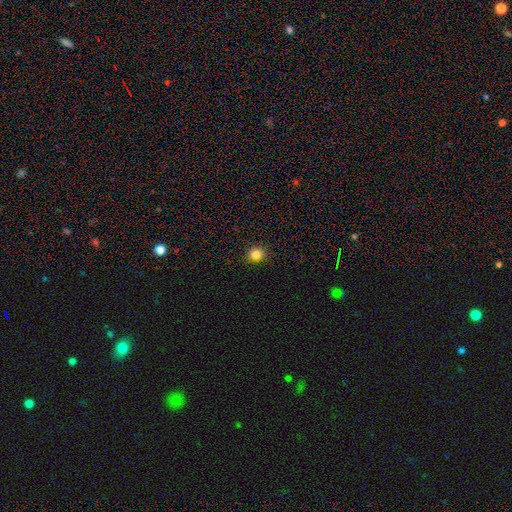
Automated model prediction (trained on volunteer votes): This appears to be a smooth galaxy with no disk features (82%) that is round (77%). Merging: none (89%).